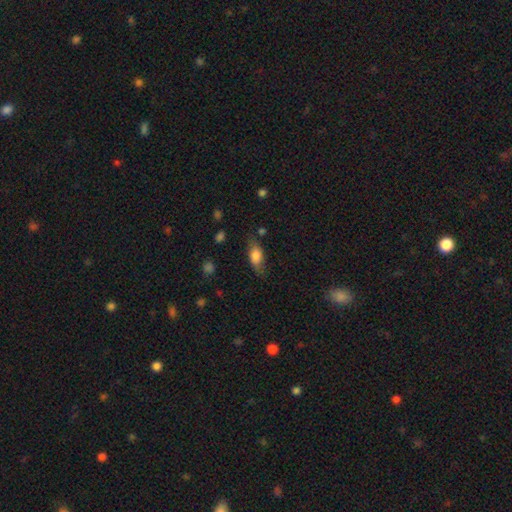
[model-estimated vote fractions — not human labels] Smooth or featured?
  - smooth: 75% *
  - featured or disk: 18%
  - star or artifact: 8%
How rounded?
  - in between: 81% *
  - cigar-shaped: 13%
  - round: 6%
Merging?
  - none: 69% *
  - minor disturbance: 22%
  - major disturbance: 7%
  - merger: 2%